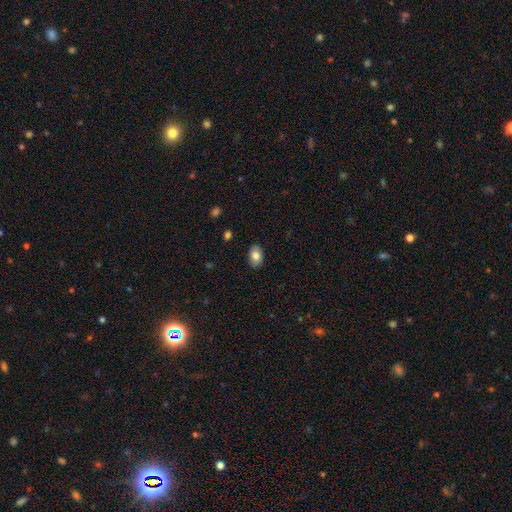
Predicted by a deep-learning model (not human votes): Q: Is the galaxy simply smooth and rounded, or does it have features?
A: smooth — 80%.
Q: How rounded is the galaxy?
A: in between — 89%.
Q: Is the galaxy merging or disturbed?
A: none — 88%.